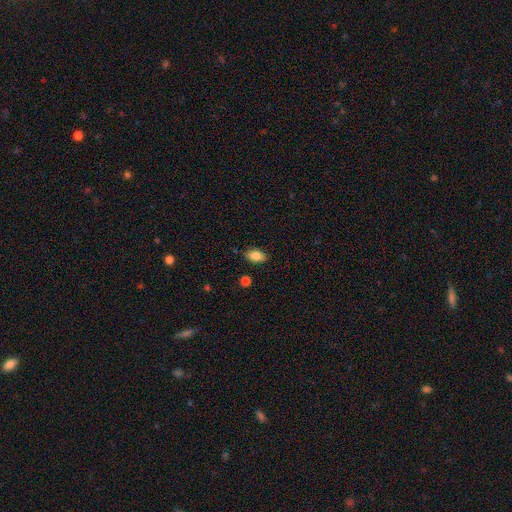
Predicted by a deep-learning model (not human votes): Smooth or featured? Predicted: smooth (p=0.85). How rounded? Predicted: in between (p=0.89). Merging? Predicted: none (p=0.84).